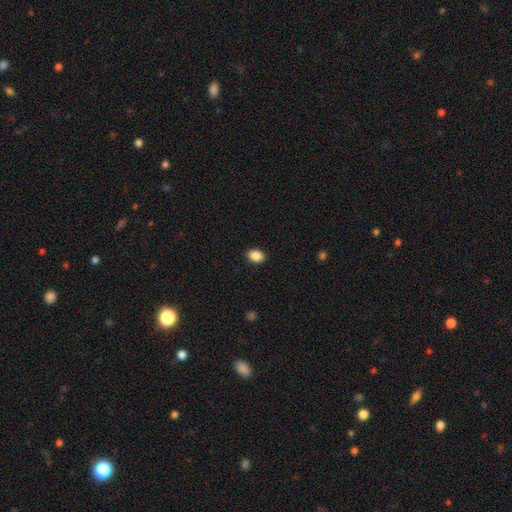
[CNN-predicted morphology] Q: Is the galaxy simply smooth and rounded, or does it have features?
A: smooth — 88%.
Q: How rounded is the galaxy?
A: in between — 75%.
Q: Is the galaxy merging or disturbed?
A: none — 90%.